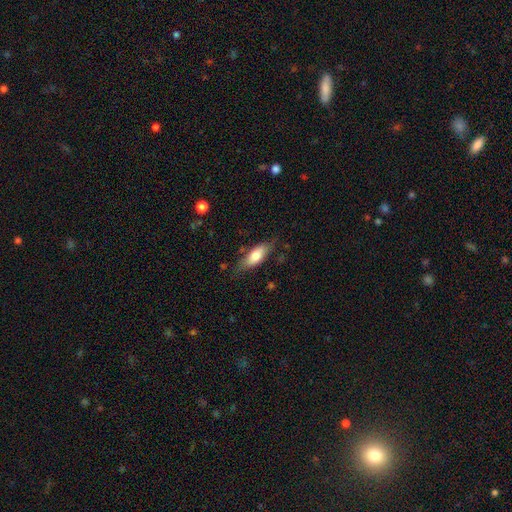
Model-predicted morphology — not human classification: Smooth or featured? Predicted: smooth (p=0.71). How rounded? Predicted: in between (p=0.74). Merging? Predicted: none (p=0.72).